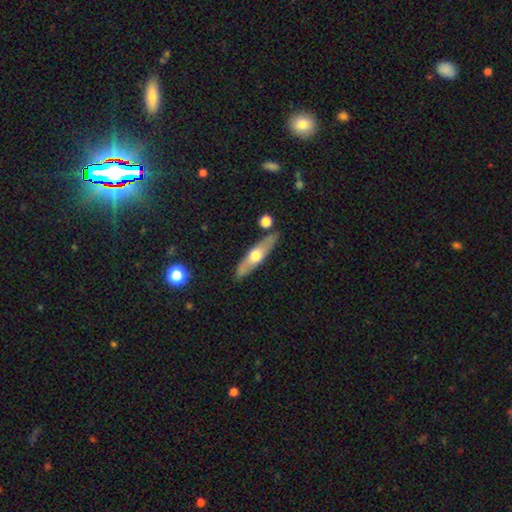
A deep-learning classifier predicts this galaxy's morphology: A featured or disk galaxy (52%) viewed edge-on (80%). Merging: none (82%).